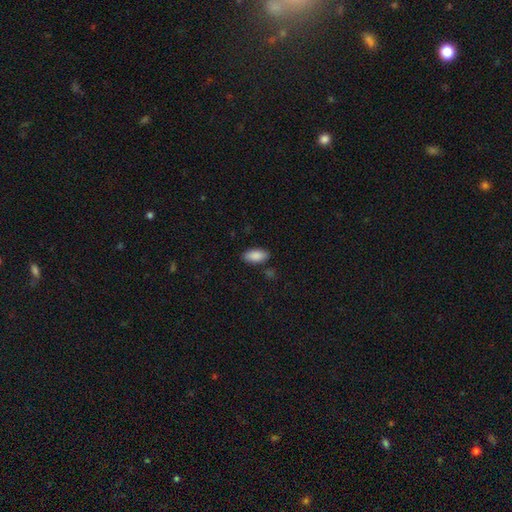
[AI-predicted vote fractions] This appears to be a smooth galaxy with no disk features (89%) that is in between round and cigar-shaped (91%). Merging: none (86%).